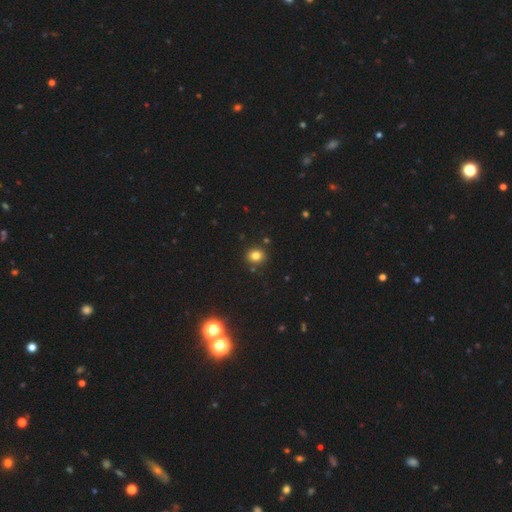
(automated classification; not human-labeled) smooth-or-featured: smooth: 79% | star or artifact: 14% | featured or disk: 6%
  how-rounded: round: 74% | in between: 25% | cigar-shaped: 1%
  merging: none: 87% | minor disturbance: 8% | merger: 3% | major disturbance: 2%